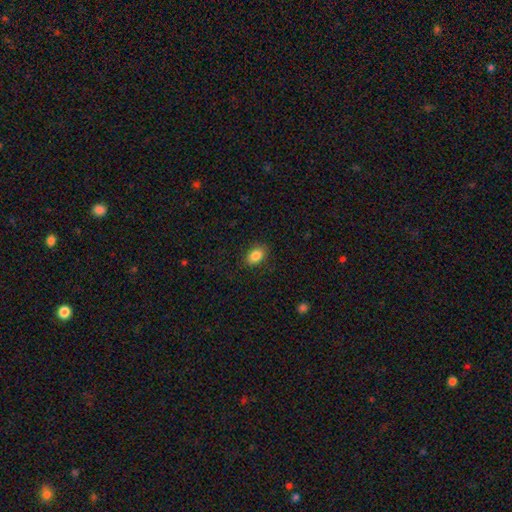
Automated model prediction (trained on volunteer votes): This appears to be a smooth galaxy with no disk features (86%) that is in between round and cigar-shaped (83%). Merging: none (86%).